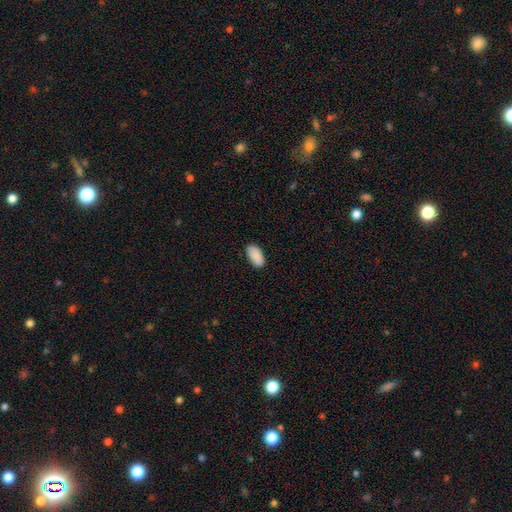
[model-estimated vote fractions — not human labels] Q: Smooth or featured?
A: smooth (90%); runner-up: star or artifact (6%)
Q: How rounded?
A: in between (94%); runner-up: cigar-shaped (3%)
Q: Merging?
A: none (85%); runner-up: minor disturbance (11%)